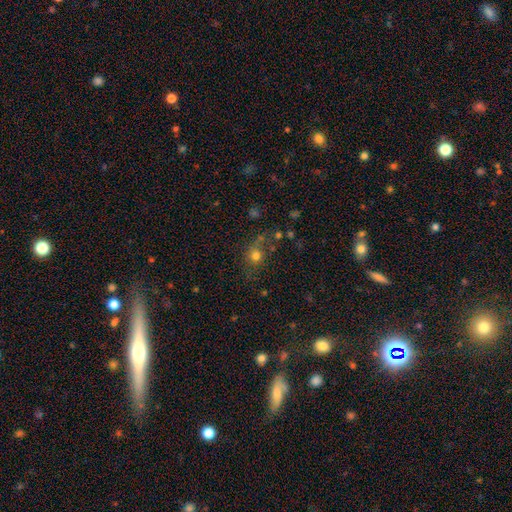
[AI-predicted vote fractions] This appears to be a smooth galaxy with no disk features (69%) that is round (78%). Merging: none (62%).